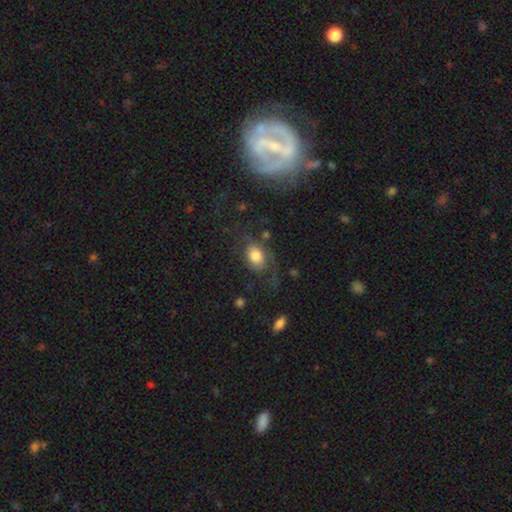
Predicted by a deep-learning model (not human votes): Overall: smooth (60%; featured or disk 30%). How rounded: in between (71%). Merging: none (50%; major disturbance 26%).